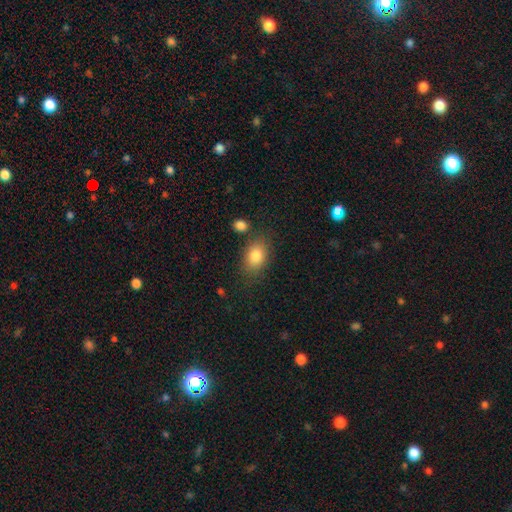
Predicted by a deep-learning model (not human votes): The model was most divided on "how rounded": in between: 80%, round: 19%, cigar-shaped: 2%. More confident: smooth or featured — smooth (84%); merging — none (76%).